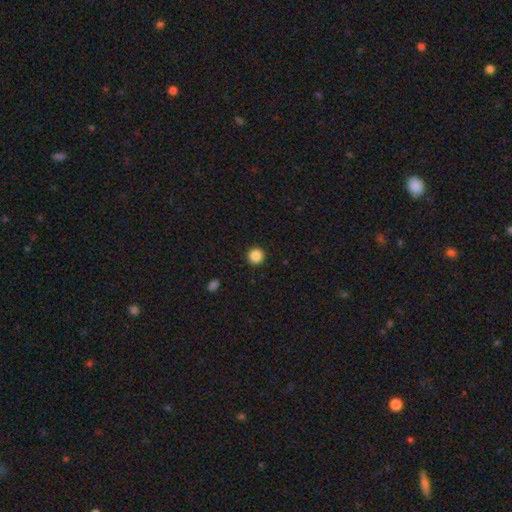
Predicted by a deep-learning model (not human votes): Smooth or featured?
  - smooth: 87% *
  - star or artifact: 10%
  - featured or disk: 3%
How rounded?
  - round: 96% *
  - in between: 3%
  - cigar-shaped: 1%
Merging?
  - none: 93% *
  - minor disturbance: 4%
  - major disturbance: 2%
  - merger: 1%